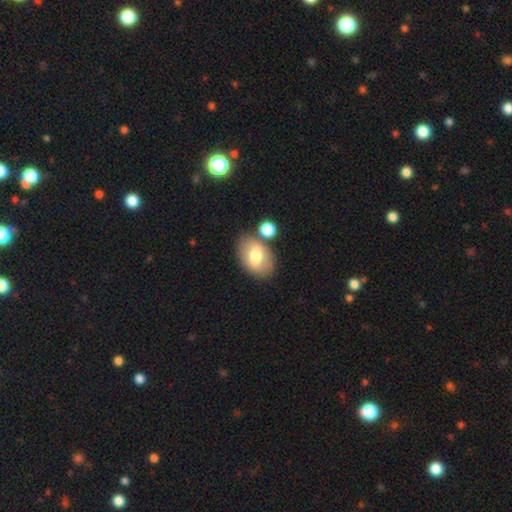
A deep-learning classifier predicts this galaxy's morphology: This is likely a smooth galaxy (69%). How rounded: clearly in between (84%). Merging: likely none (66%).